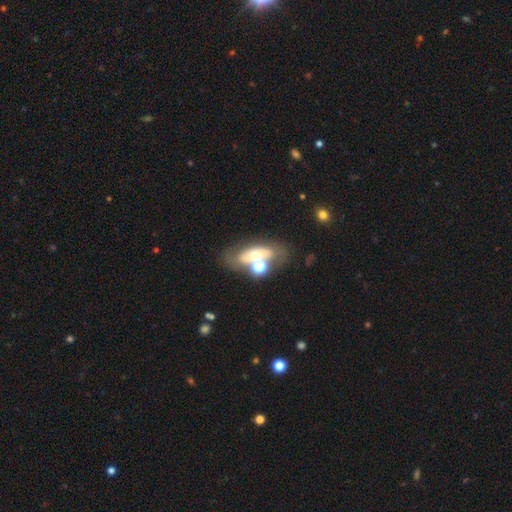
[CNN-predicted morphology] Smooth or featured: featured or disk — 43% (smooth — 42%)
Merging: none — 45% (merger — 30%)